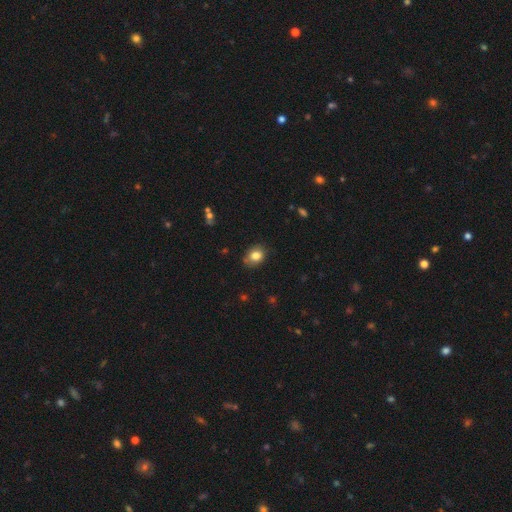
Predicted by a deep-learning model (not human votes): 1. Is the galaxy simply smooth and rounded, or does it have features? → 81% smooth, 10% star or artifact, 9% featured or disk.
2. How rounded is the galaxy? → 52% in between, 47% round, 1% cigar-shaped.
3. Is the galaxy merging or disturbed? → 77% none, 18% minor disturbance, 3% major disturbance, 2% merger.